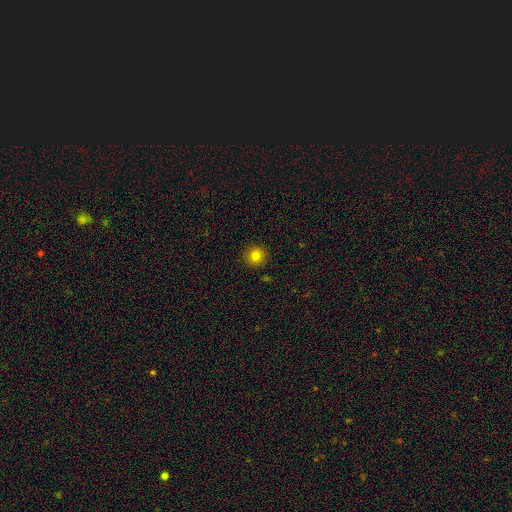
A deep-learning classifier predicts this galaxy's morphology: Smooth or featured?
  - smooth: 80% *
  - star or artifact: 13%
  - featured or disk: 7%
How rounded?
  - round: 93% *
  - in between: 6%
  - cigar-shaped: 1%
Merging?
  - none: 91% *
  - minor disturbance: 6%
  - major disturbance: 2%
  - merger: 1%